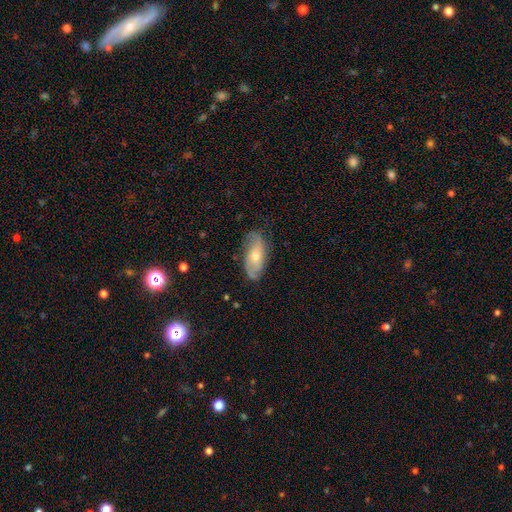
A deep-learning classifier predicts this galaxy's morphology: smooth_or_featured: featured or disk (p=0.61) [alt: smooth p=0.31]
disk_edge_on: no (p=0.87) [alt: yes p=0.13]
bar: no (p=0.70) [alt: weak p=0.23]
has_spiral_arms: yes (p=0.83) [alt: no p=0.17]
bulge_size: moderate (p=0.52) [alt: small p=0.43]
merging: none (p=0.74) [alt: minor disturbance p=0.19]